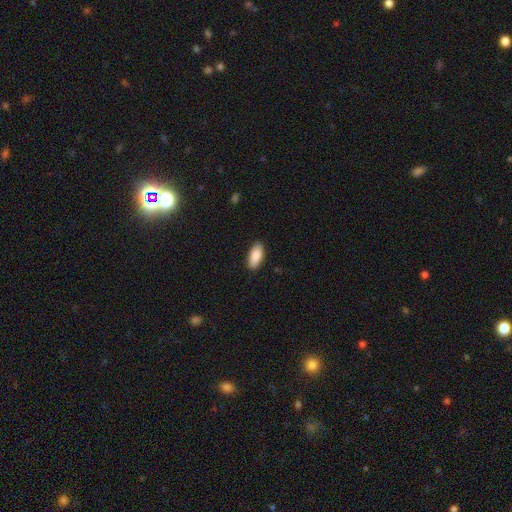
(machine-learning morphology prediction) A smooth galaxy with no disk features (88%) that is in between round and cigar-shaped (88%).

Vote fractions:
- Smooth or featured? smooth: 88% / star or artifact: 6% / featured or disk: 6%
- How rounded? in between: 88% / cigar-shaped: 11% / round: 2%
- Merging? none: 88% / minor disturbance: 9% / major disturbance: 2% / merger: 1%